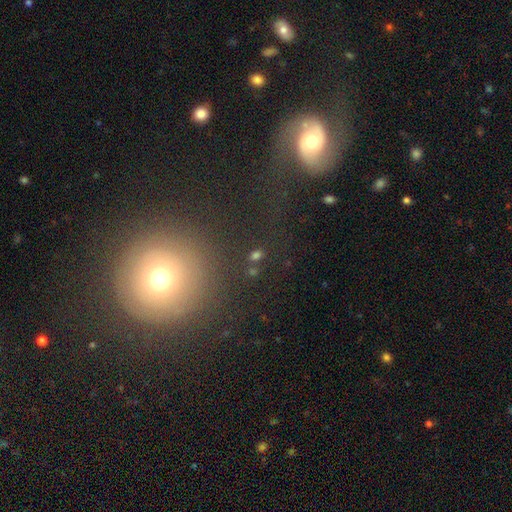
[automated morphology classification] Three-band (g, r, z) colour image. It shows a smooth galaxy with no disk features (51%) that is round (74%). Merging: none (74%).